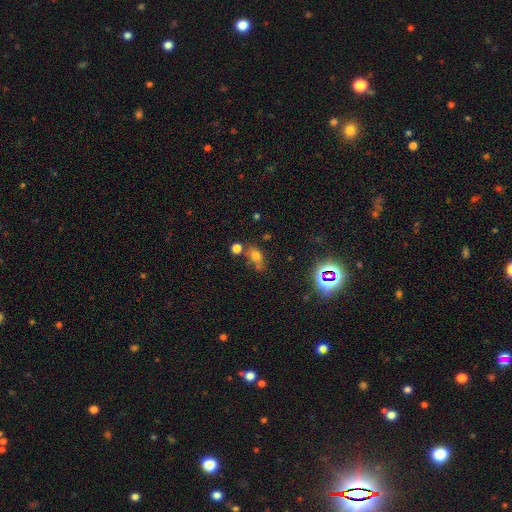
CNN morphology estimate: A smooth galaxy with no disk features (64%) that is in between round and cigar-shaped (59%).

Vote fractions:
- Smooth or featured? smooth: 64% / star or artifact: 22% / featured or disk: 13%
- How rounded? in between: 59% / round: 37% / cigar-shaped: 4%
- Merging? none: 54% / merger: 20% / minor disturbance: 18% / major disturbance: 8%